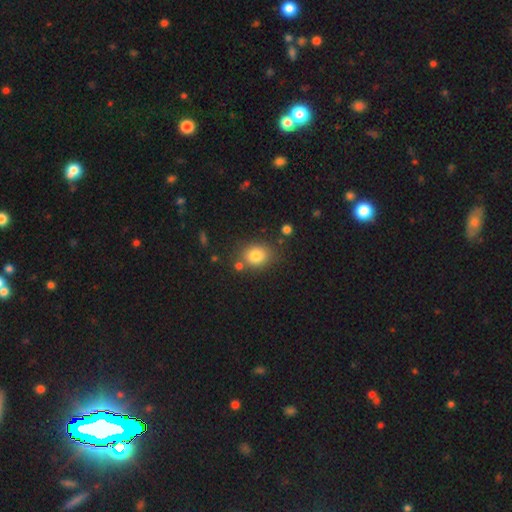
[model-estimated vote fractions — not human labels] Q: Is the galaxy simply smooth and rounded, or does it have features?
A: smooth — 82%.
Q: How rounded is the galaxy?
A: round — 57%.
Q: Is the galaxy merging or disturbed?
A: none — 74%.